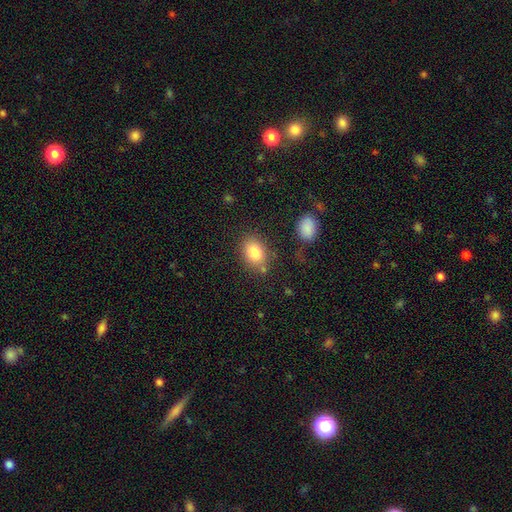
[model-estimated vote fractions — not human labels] A smooth galaxy with no disk features (84%) that is in between round and cigar-shaped (75%).

Vote fractions:
- Smooth or featured? smooth: 84% / star or artifact: 8% / featured or disk: 7%
- How rounded? in between: 75% / round: 24% / cigar-shaped: 1%
- Merging? none: 74% / minor disturbance: 15% / merger: 7% / major disturbance: 5%